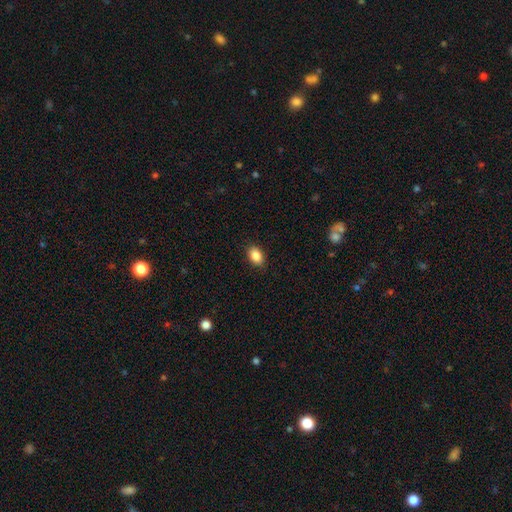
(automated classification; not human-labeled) This appears to be a smooth galaxy with no disk features (88%) that is in between round and cigar-shaped (83%). Merging: none (88%).